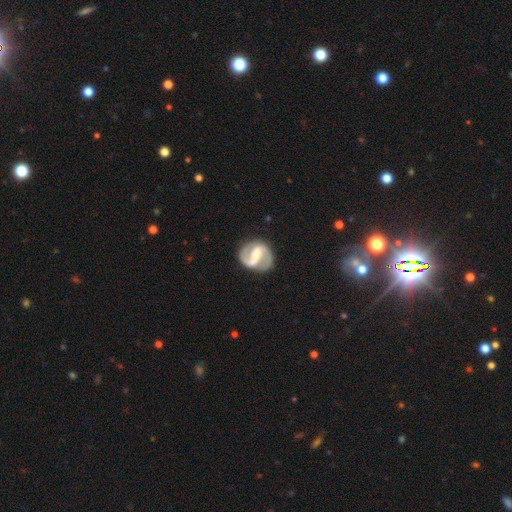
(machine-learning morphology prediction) Smooth or featured? Predicted: featured or disk (p=0.89). Edge-on disk? Predicted: no (p=0.98). Bar? Predicted: strong (p=0.46). Spiral arms? Predicted: yes (p=0.96). Spiral winding? Predicted: medium (p=0.55). Spiral arm count? Predicted: 2 (p=0.92). Bulge size? Predicted: small (p=0.46). Merging? Predicted: none (p=0.82).